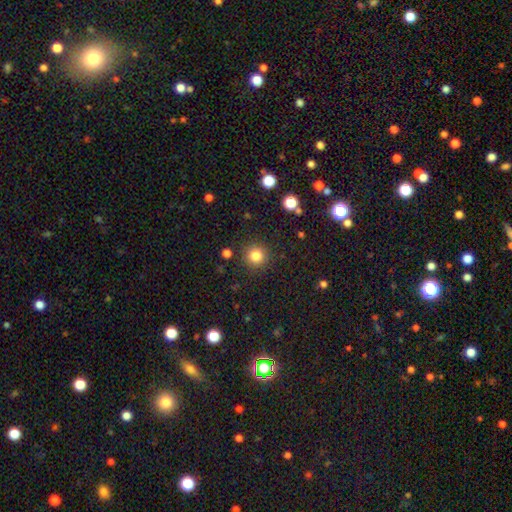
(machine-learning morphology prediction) A smooth galaxy with no disk features (82%) that is round (95%).

Vote fractions:
- Smooth or featured? smooth: 82% / star or artifact: 13% / featured or disk: 5%
- How rounded? round: 95% / in between: 4% / cigar-shaped: 1%
- Merging? none: 90% / minor disturbance: 6% / major disturbance: 2% / merger: 2%